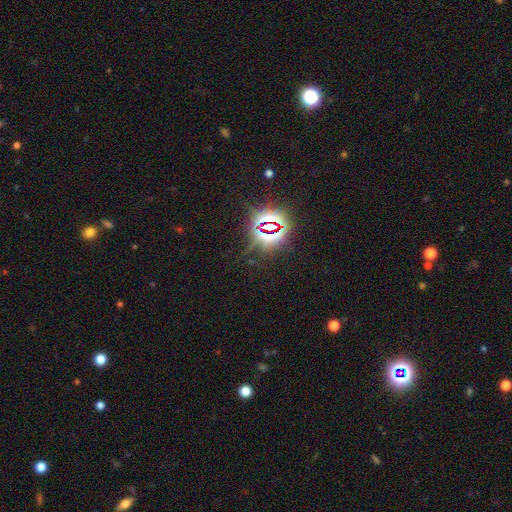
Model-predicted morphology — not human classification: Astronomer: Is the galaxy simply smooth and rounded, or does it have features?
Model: star or artifact — 81%.